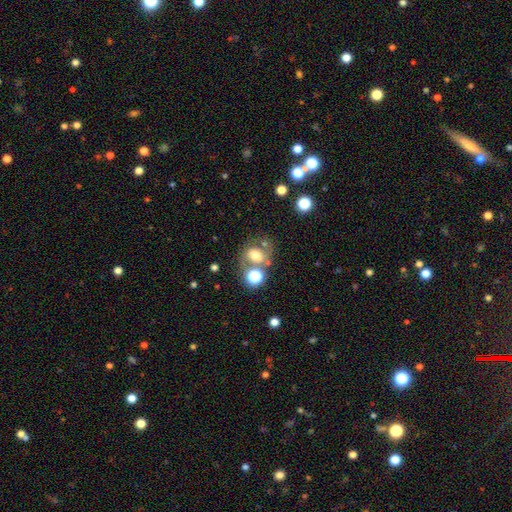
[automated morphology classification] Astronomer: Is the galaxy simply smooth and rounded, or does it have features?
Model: smooth — 54%.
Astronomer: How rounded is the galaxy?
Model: round — 58% (runner-up: in between, 41%).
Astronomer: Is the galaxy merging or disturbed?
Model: none — 51%.